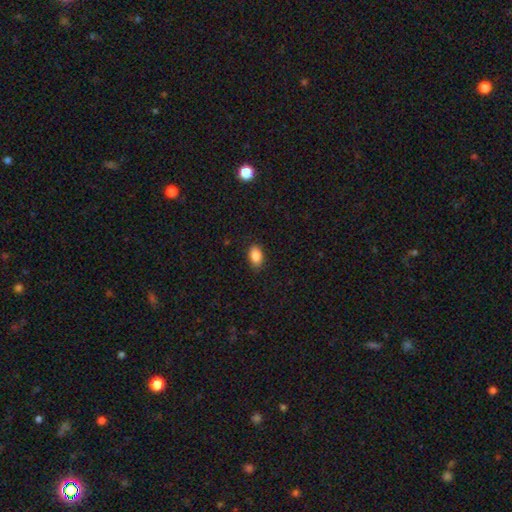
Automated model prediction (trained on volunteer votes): The model was most divided on "merging": none: 87%, minor disturbance: 10%, major disturbance: 2%, merger: 1%. More confident: how rounded — in between (90%); smooth or featured — smooth (87%).